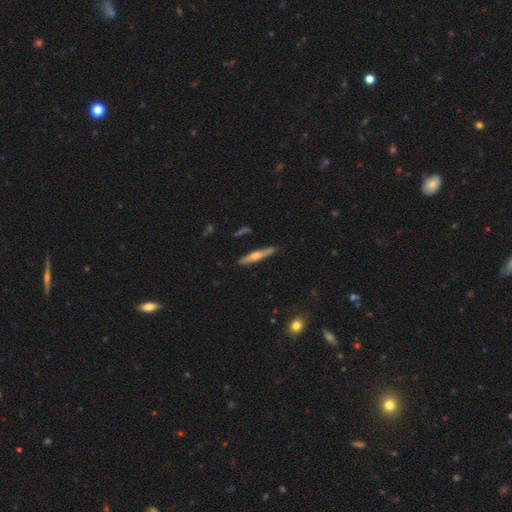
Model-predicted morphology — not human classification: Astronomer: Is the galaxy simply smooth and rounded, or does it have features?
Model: featured or disk — 62%.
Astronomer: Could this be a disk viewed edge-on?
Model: yes — 95%.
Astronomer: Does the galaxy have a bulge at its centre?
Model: rounded — 89%.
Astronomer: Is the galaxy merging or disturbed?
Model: none — 87%.